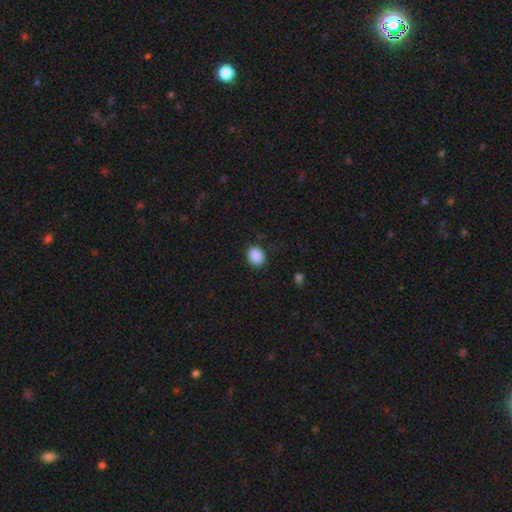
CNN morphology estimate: Q: Smooth or featured?
A: smooth (89%); runner-up: star or artifact (8%)
Q: How rounded?
A: round (60%); runner-up: in between (39%)
Q: Merging?
A: none (86%); runner-up: minor disturbance (10%)